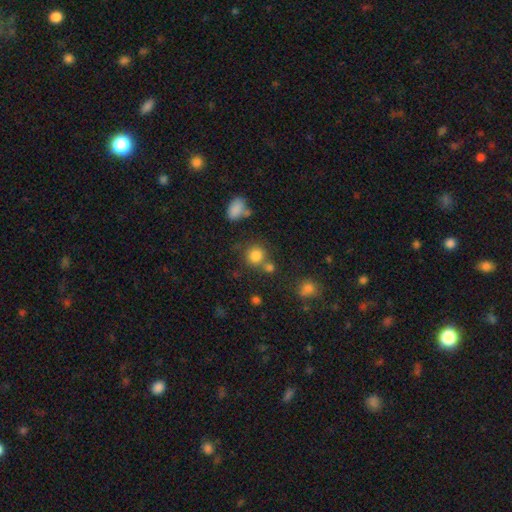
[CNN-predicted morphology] Overall: smooth (80%). How rounded: round (86%). Merging: none (64%).